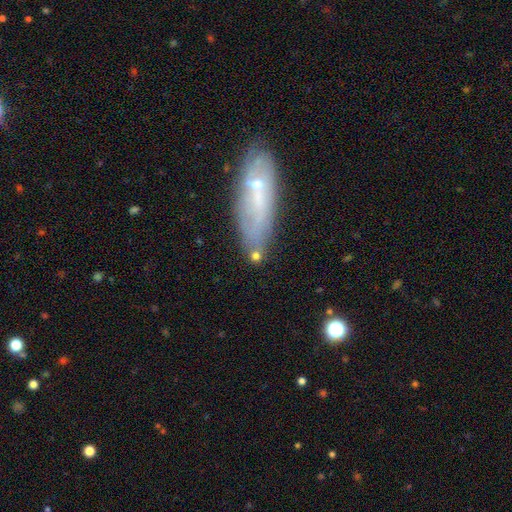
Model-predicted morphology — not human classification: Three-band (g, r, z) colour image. It shows a smooth galaxy with no disk features (55%) that is in between round and cigar-shaped (44%). Merging: none (64%).